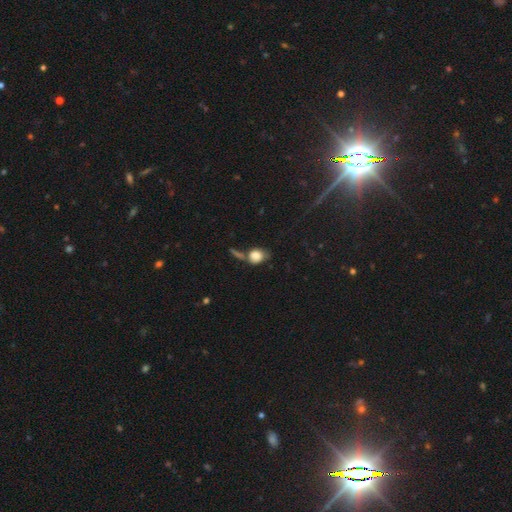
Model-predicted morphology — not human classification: This appears to be a smooth galaxy with no disk features (78%) that is round (51%). Merging: none (41%).